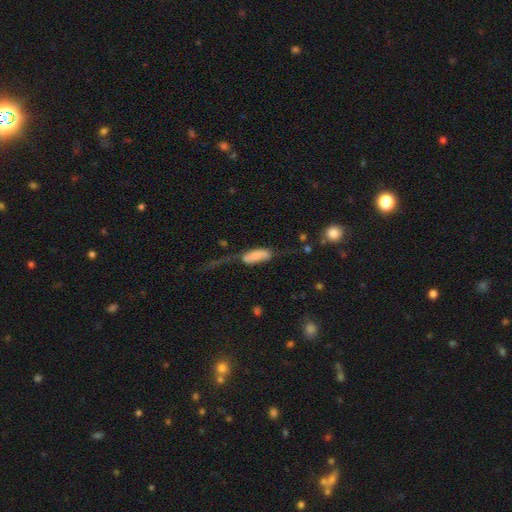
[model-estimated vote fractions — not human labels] Smooth or featured? Predicted: smooth (p=0.64). How rounded? Predicted: in between (p=0.76). Merging? Predicted: major disturbance (p=0.46).